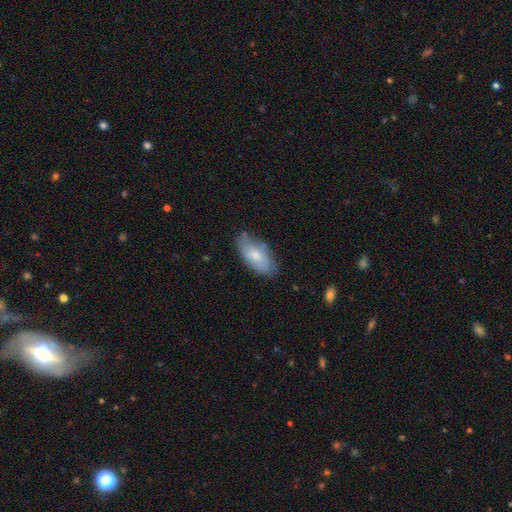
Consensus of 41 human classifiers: Volunteers were most divided on "merging": none: 61%, minor disturbance: 34%, major disturbance: 3%, merger: 3%. More confident: how rounded — in between (86%); smooth or featured — smooth (71%).